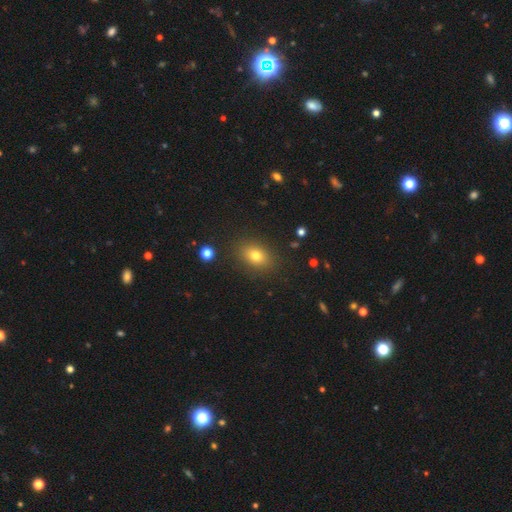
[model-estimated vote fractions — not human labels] Smooth or featured? smooth (76%)
How rounded? in between (70%)
Merging? none (86%)